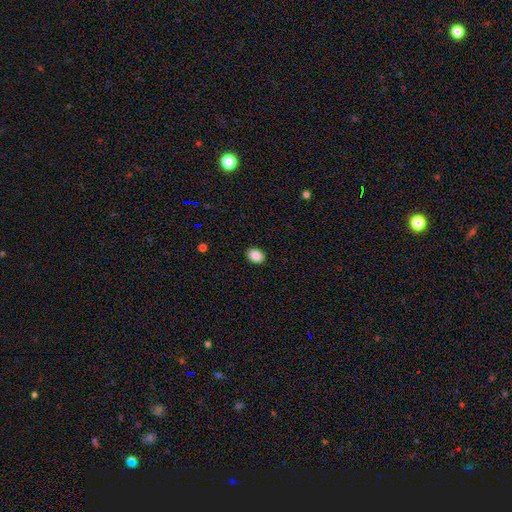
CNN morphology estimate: The model was most divided on "how rounded": in between: 67%, round: 32%, cigar-shaped: 1%. More confident: merging — none (90%); smooth or featured — smooth (87%).